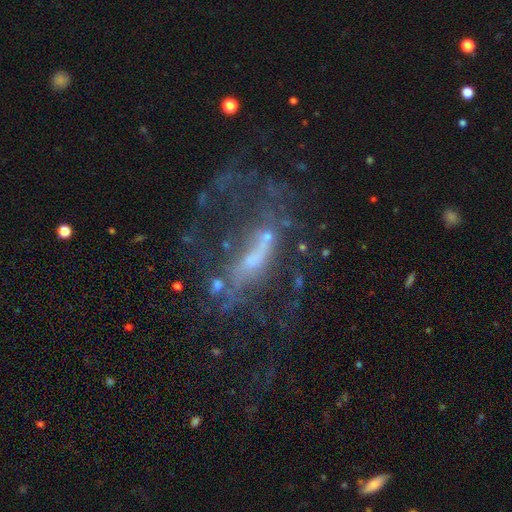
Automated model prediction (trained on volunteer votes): This is likely a featured or disk galaxy (70%). It is clearly not viewed edge-on (87%). Bar: marginally no (40%). Spiral arm pattern: possibly no (50%, tied with yes). Central bulge: possibly small (51%). Merging: marginally major disturbance (40%).